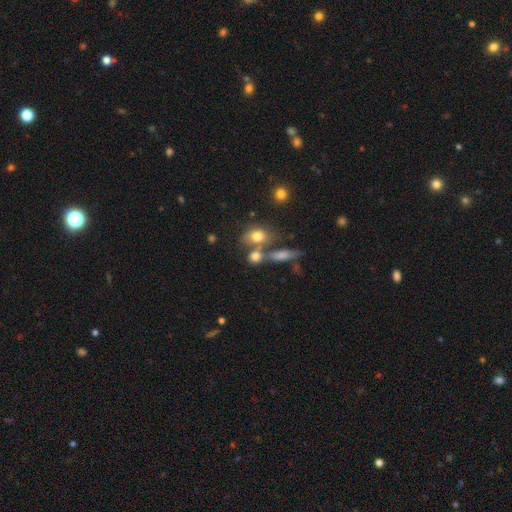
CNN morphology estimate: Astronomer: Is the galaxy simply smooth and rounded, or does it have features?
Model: smooth — 74%.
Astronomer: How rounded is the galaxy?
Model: round — 49% (runner-up: in between, 45%).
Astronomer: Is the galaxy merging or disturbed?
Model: none — 45% (runner-up: merger, 37%).